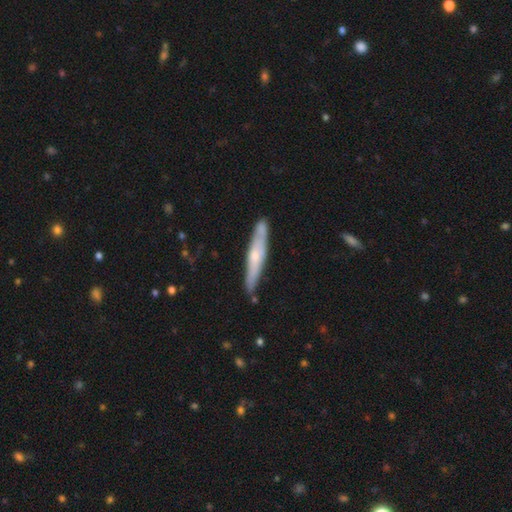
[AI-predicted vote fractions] Smooth or featured? Predicted: featured or disk (p=0.53). Edge-on disk? Predicted: yes (p=0.84). Merging? Predicted: none (p=0.81).